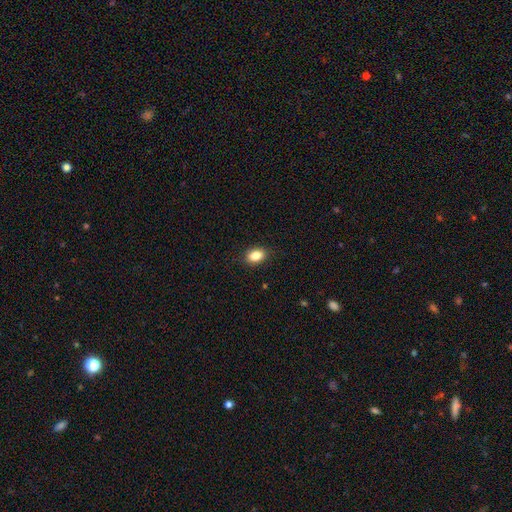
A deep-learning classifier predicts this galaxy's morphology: Overall: smooth (85%). How rounded: in between (83%). Merging: none (87%).